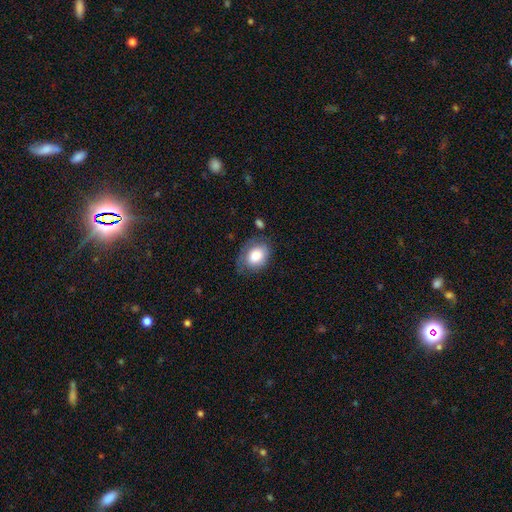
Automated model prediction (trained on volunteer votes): smooth-or-featured: smooth: 78% | featured or disk: 14% | star or artifact: 7%
  how-rounded: in between: 67% | round: 32% | cigar-shaped: 1%
  merging: none: 61% | minor disturbance: 27% | major disturbance: 9% | merger: 3%